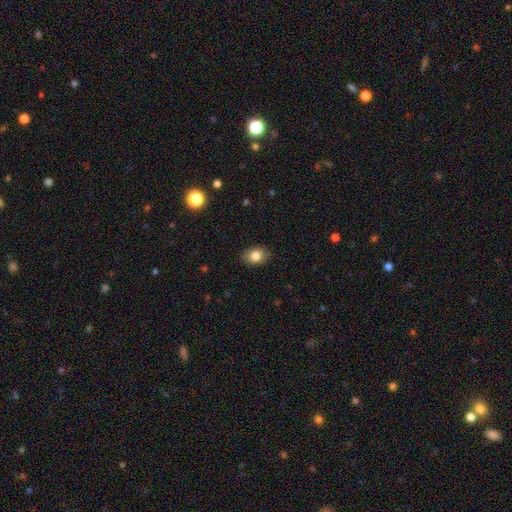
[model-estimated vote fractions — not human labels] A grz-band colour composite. It shows a smooth galaxy with no disk features (82%) that is in between round and cigar-shaped (73%). Merging: none (86%).